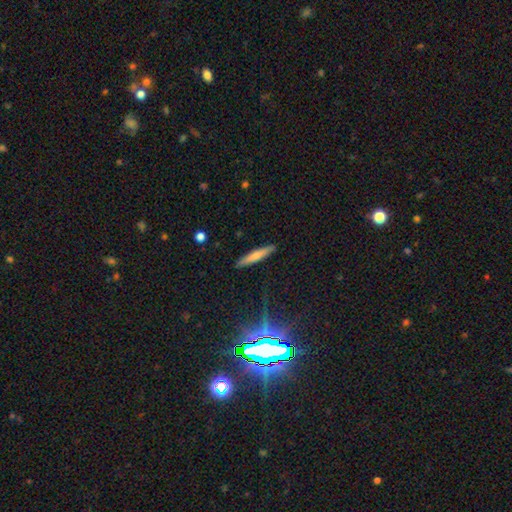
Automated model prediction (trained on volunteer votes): The model was most divided on "smooth or featured": smooth: 66%, featured or disk: 27%, star or artifact: 7%. More confident: how rounded — cigar-shaped (92%); merging — none (90%).